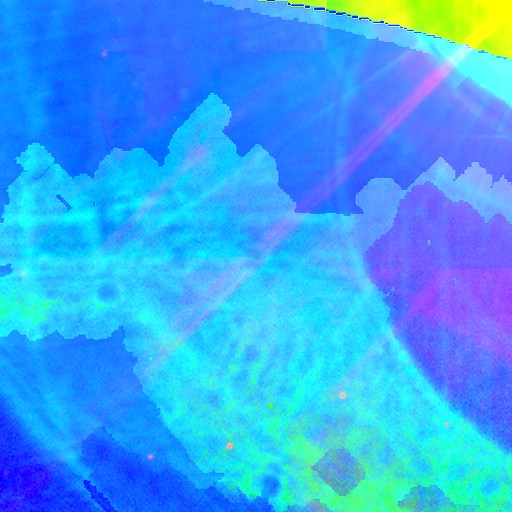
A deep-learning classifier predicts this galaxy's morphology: This is clearly a star or artifact rather than a galaxy (86%).